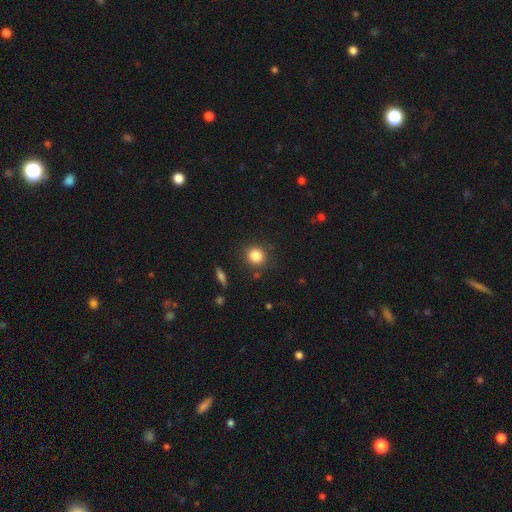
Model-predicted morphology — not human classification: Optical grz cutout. It shows a smooth galaxy with no disk features (84%) that is round (88%). Merging: none (85%).